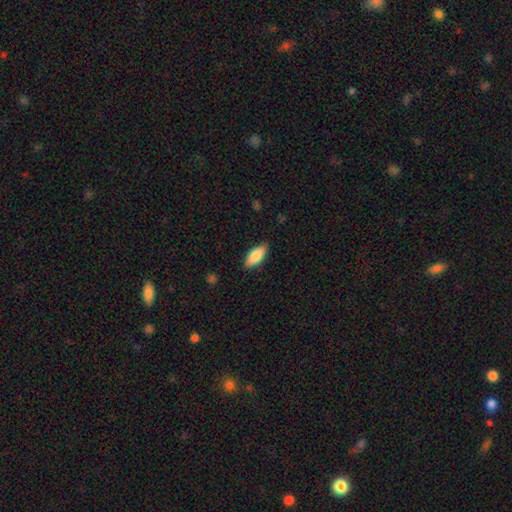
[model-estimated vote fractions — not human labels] smooth_or_featured: smooth (p=0.82) [alt: featured or disk p=0.12]
how_rounded: in between (p=0.80) [alt: cigar-shaped p=0.18]
merging: none (p=0.87) [alt: minor disturbance p=0.10]